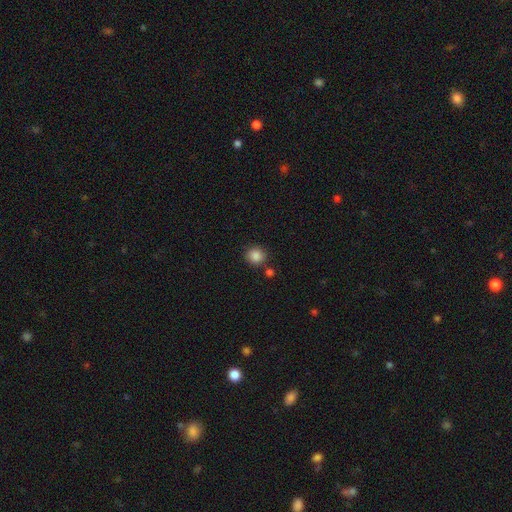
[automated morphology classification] smooth 86%, star or artifact 10%, featured or disk 4%. Down the decision tree: how rounded — round (88%); merging — none (80%).